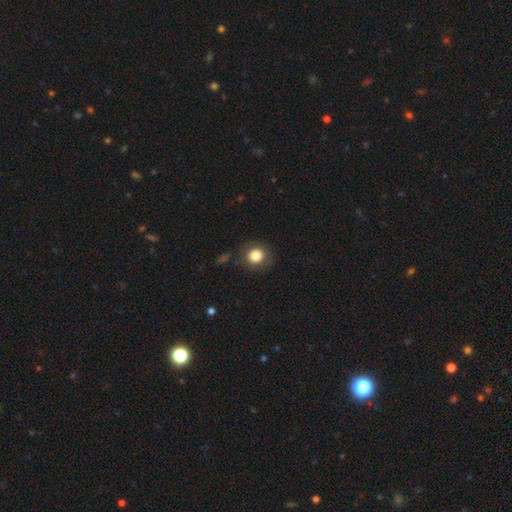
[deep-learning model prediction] A smooth galaxy with no disk features (83%) that is round (88%). Merging: none (84%).